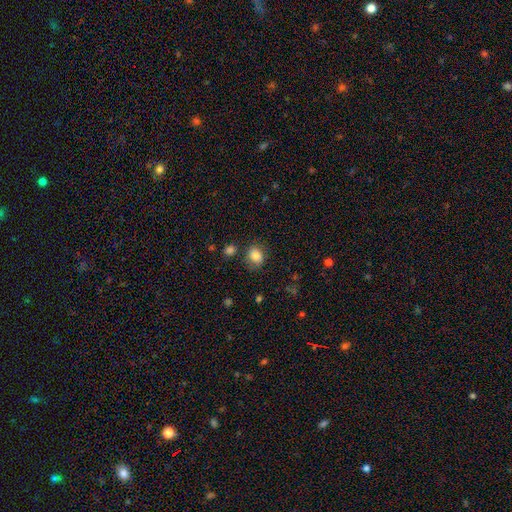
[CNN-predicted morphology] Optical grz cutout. It shows a smooth galaxy with no disk features (83%) that is round (58%). Merging: none (75%).